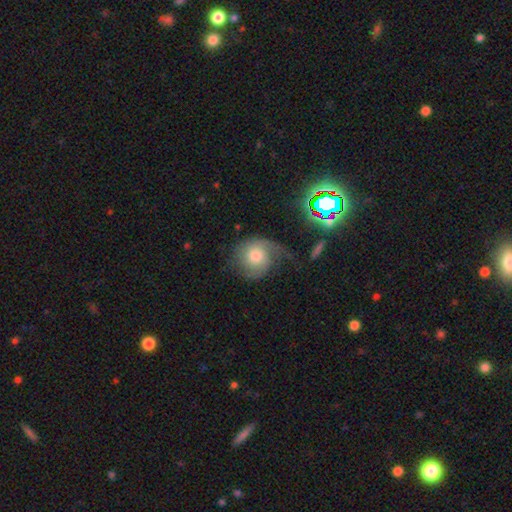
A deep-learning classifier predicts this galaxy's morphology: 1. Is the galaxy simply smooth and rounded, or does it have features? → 63% featured or disk, 28% smooth, 9% star or artifact.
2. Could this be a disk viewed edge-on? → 97% no, 3% yes.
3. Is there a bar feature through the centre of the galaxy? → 73% no, 23% weak, 3% strong.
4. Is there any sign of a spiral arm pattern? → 92% yes, 8% no.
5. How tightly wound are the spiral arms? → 42% medium, 30% tight, 28% loose.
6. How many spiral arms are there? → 53% 2, 20% 1, 14% can't tell, 8% 3, 3% 4, 2% more than 4.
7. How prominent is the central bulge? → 56% moderate, 22% small, 16% large, 5% none, 3% dominant.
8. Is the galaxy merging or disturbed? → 46% none, 26% major disturbance, 24% minor disturbance, 3% merger.